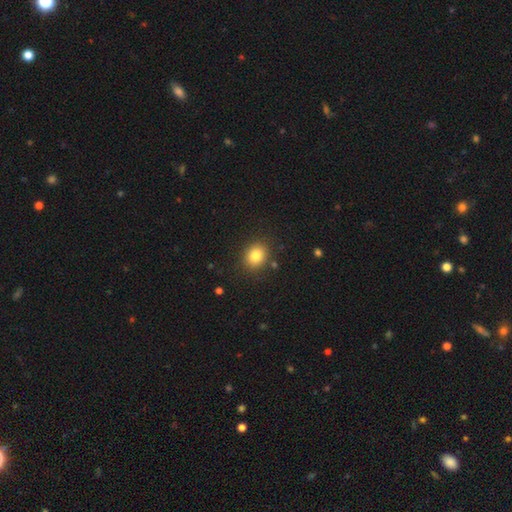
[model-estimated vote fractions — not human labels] A smooth galaxy with no disk features (82%) that is round (63%). Merging: none (87%).